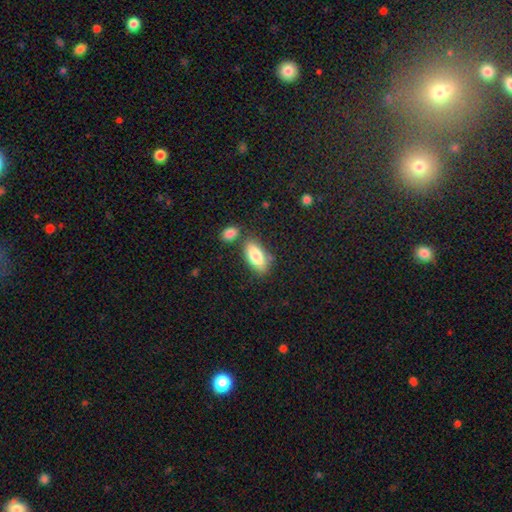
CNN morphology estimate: The model was most divided on "merging": none: 68%, minor disturbance: 15%, merger: 13%, major disturbance: 4%. More confident: how rounded — in between (88%); smooth or featured — smooth (84%).